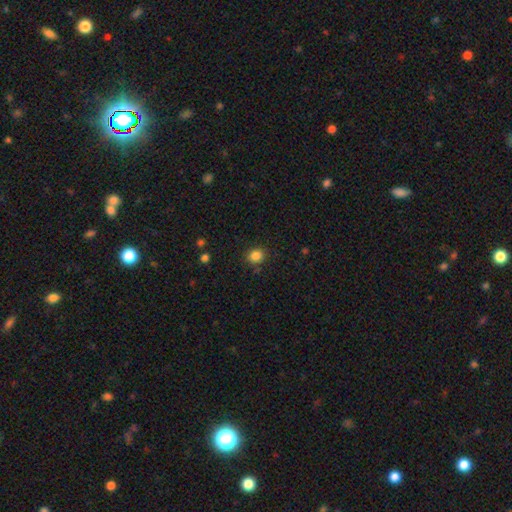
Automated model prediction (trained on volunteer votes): Overall: smooth (84%). How rounded: round (77%). Merging: none (85%).